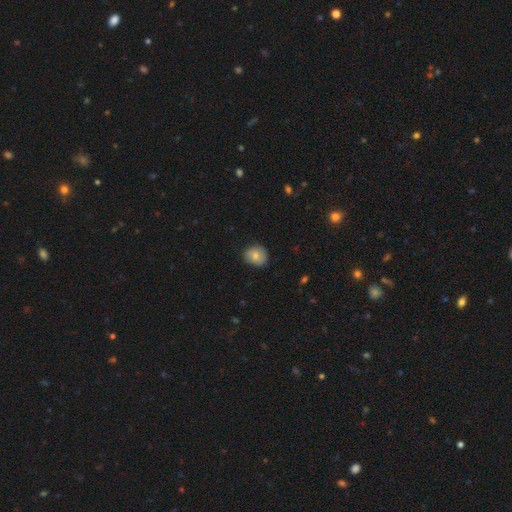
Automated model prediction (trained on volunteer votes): This is likely a smooth galaxy (75%). How rounded: likely round (79%). Merging: clearly none (82%).